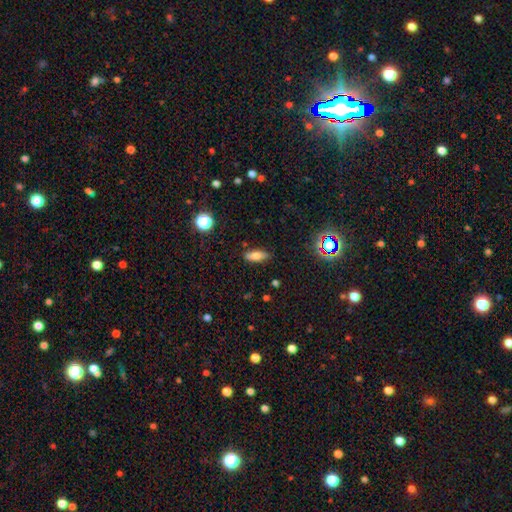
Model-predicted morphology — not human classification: Smooth or featured? Predicted: smooth (p=0.74). How rounded? Predicted: in between (p=0.70). Merging? Predicted: none (p=0.85).